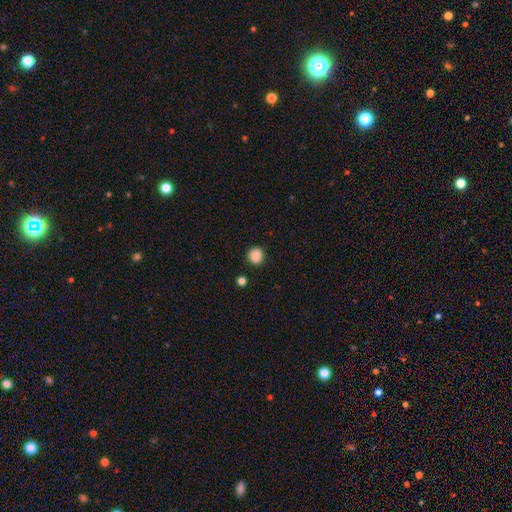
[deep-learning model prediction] Smooth or featured?
  - smooth: 87% *
  - star or artifact: 10%
  - featured or disk: 4%
How rounded?
  - round: 84% *
  - in between: 15%
  - cigar-shaped: 1%
Merging?
  - none: 84% *
  - minor disturbance: 10%
  - major disturbance: 3%
  - merger: 2%